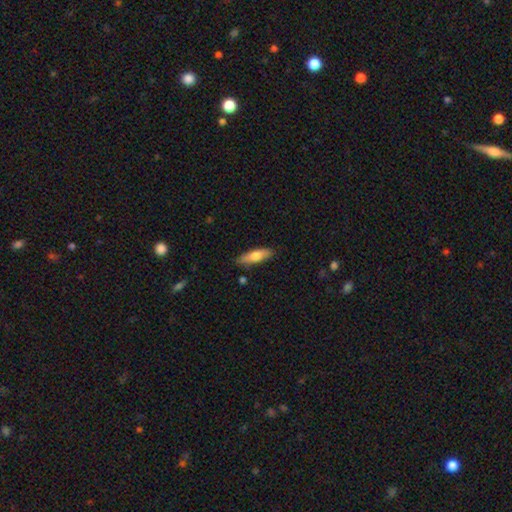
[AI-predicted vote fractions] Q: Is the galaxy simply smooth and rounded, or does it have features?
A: smooth — 70%.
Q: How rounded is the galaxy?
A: cigar-shaped — 50%.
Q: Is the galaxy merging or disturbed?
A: none — 84%.